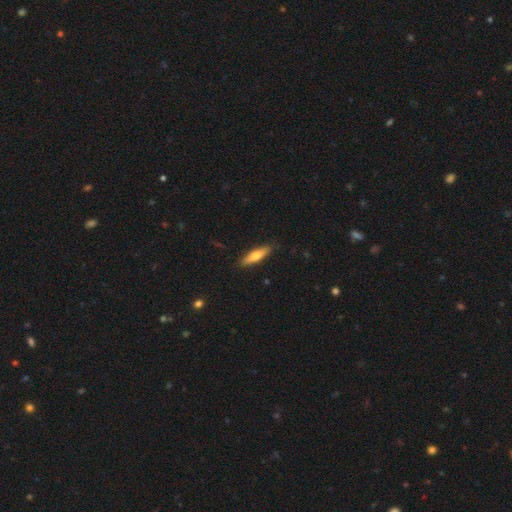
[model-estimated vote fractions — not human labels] Overall: smooth (68%). How rounded: cigar-shaped (71%). Merging: none (87%).